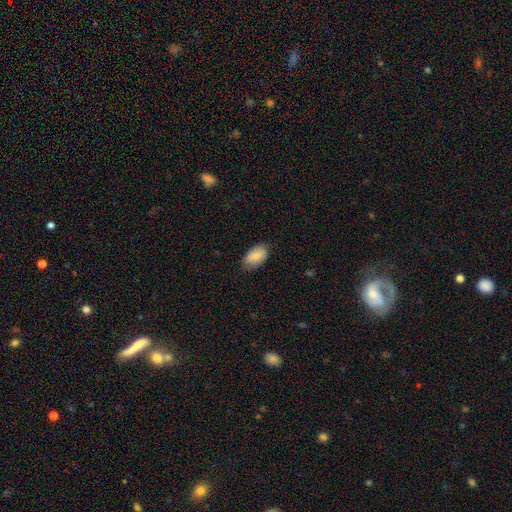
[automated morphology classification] The model was most divided on "merging": none: 78%, minor disturbance: 18%, major disturbance: 3%, merger: 1%. More confident: how rounded — in between (94%); smooth or featured — smooth (84%).